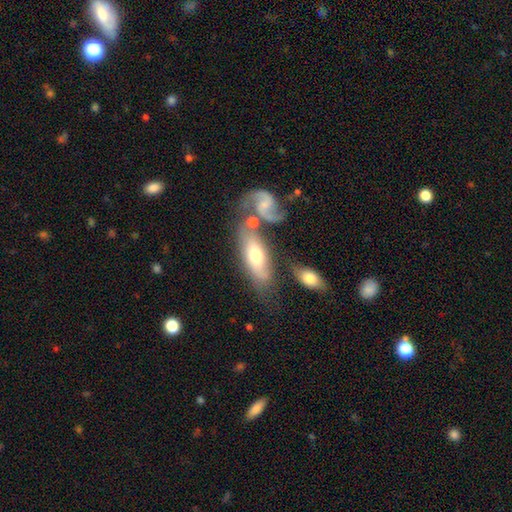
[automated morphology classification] type=smooth (53%); roundness=in between (76%); merging=none (51%).